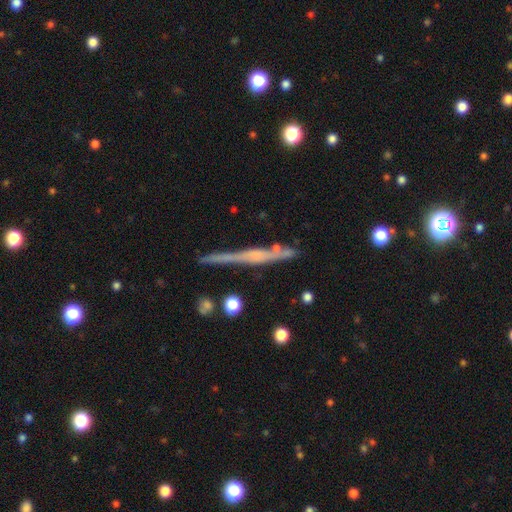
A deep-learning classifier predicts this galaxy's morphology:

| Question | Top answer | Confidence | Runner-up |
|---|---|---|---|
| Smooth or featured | featured or disk | 67% | smooth (26%) |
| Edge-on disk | yes | 96% | no (4%) |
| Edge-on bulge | none | 55% | rounded (32%) |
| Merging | none | 80% | minor disturbance (13%) |